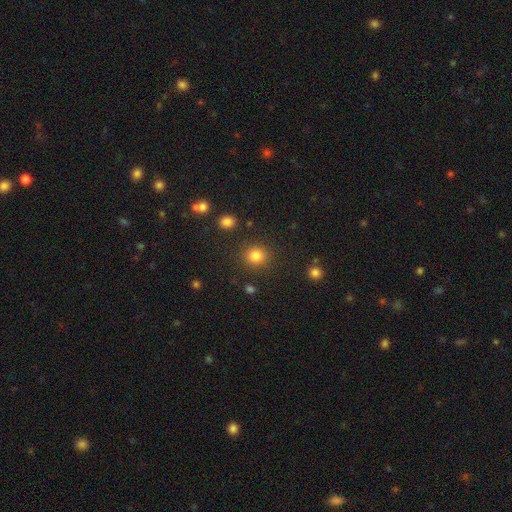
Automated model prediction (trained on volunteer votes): Smooth or featured? smooth (83%)
How rounded? round (85%)
Merging? none (87%)